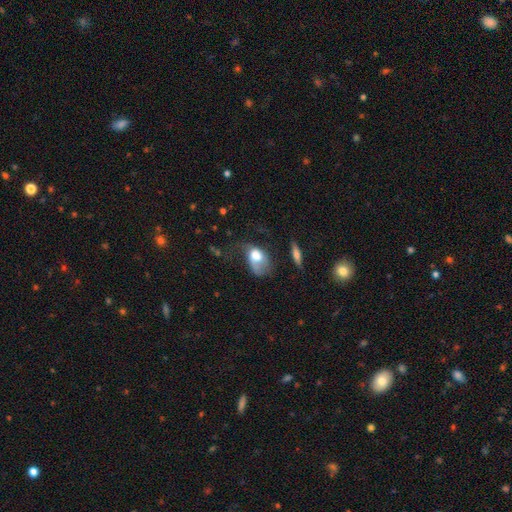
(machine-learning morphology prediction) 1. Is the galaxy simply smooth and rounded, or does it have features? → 58% smooth, 34% featured or disk, 8% star or artifact.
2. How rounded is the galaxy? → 77% in between, 21% round, 2% cigar-shaped.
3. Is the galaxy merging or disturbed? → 49% major disturbance, 24% minor disturbance, 22% none, 5% merger.